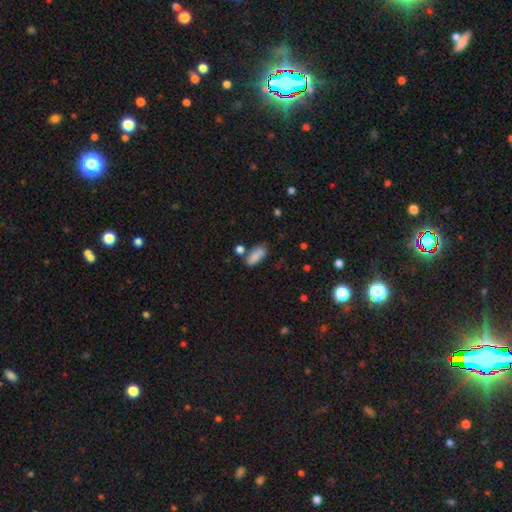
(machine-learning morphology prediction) Smooth or featured: smooth — 85% (star or artifact — 8%)
How rounded: in between — 79% (cigar-shaped — 17%)
Merging: none — 64% (minor disturbance — 19%)